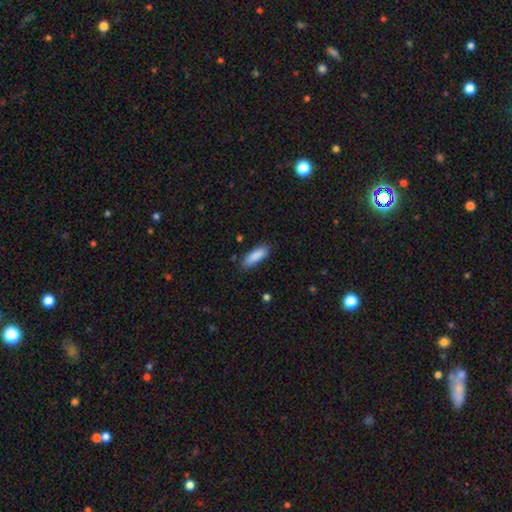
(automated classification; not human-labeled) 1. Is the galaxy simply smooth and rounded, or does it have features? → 88% smooth, 6% star or artifact, 6% featured or disk.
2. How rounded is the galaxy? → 60% in between, 38% cigar-shaped, 2% round.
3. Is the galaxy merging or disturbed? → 81% none, 15% minor disturbance, 3% major disturbance, 2% merger.